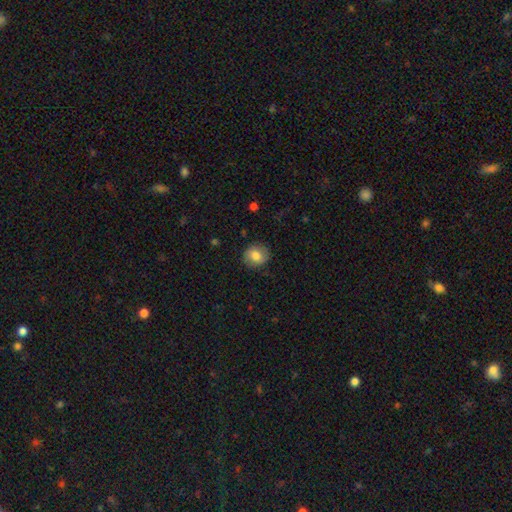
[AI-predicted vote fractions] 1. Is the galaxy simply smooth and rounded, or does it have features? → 77% smooth, 14% featured or disk, 8% star or artifact.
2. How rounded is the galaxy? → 83% round, 16% in between, 1% cigar-shaped.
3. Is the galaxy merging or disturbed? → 86% none, 10% minor disturbance, 3% major disturbance, 1% merger.